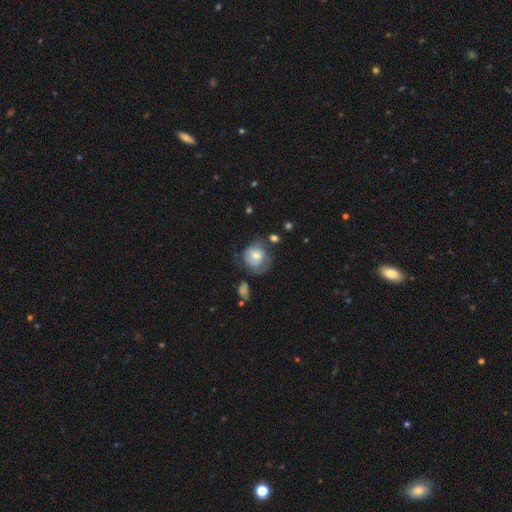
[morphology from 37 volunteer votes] Overall: smooth (86%). How rounded: round (81%). Merging: minor disturbance (39%; none 33%).